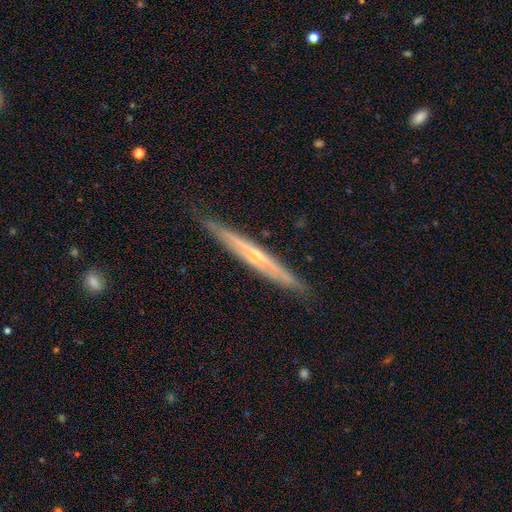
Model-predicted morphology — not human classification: smooth-or-featured: featured or disk: 69% | smooth: 24% | star or artifact: 6%
  disk-edge-on: yes: 93% | no: 7%
    edge-on-bulge: rounded: 57% | none: 39% | boxy: 4%
  merging: none: 85% | minor disturbance: 12% | major disturbance: 2% | merger: 1%